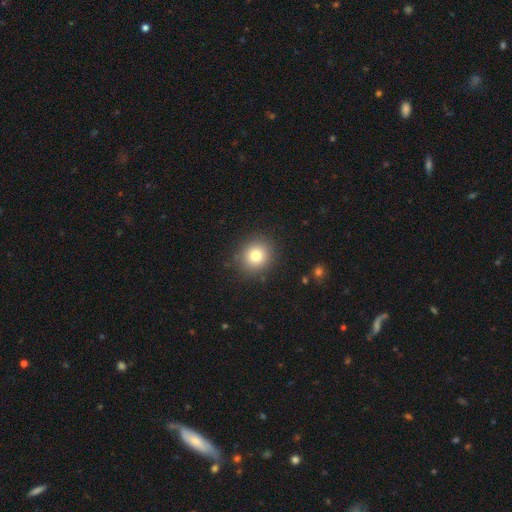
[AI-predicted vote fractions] smooth 79%, star or artifact 12%, featured or disk 9%. Down the decision tree: how rounded — round (85%); merging — none (88%).